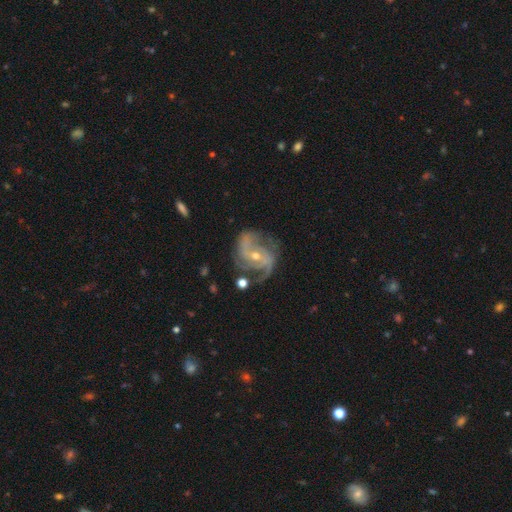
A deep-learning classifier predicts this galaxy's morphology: Smooth or featured: featured or disk — 89% (star or artifact — 6%)
Edge-on disk: no — 98% (yes — 2%)
Bar: no — 40% (weak — 37%)
Spiral arms: yes — 97% (no — 3%)
Spiral winding: medium — 52% (loose — 26%)
Spiral arm count: 2 — 59% (3 — 23%)
Bulge size: small — 58% (moderate — 39%)
Merging: none — 67% (minor disturbance — 19%)